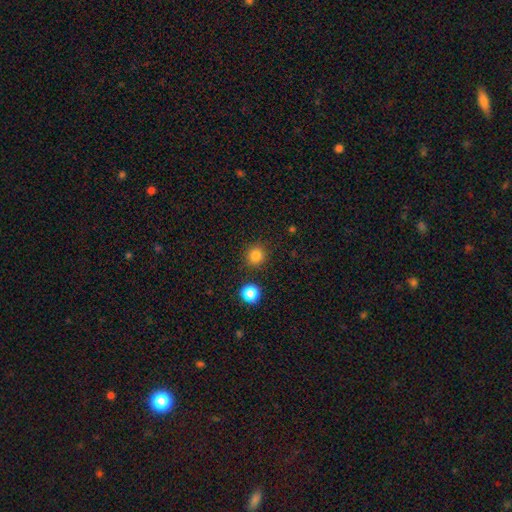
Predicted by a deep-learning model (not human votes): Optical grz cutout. It shows a smooth galaxy with no disk features (82%) that is round (92%). Merging: none (89%).